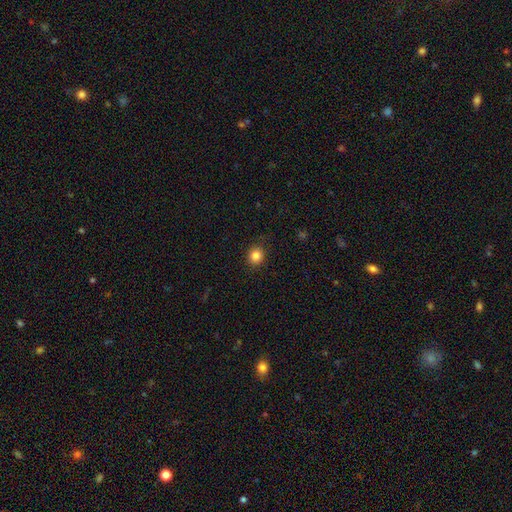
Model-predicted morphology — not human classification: Smooth or featured?
  - smooth: 84% *
  - star or artifact: 11%
  - featured or disk: 5%
How rounded?
  - round: 84% *
  - in between: 15%
  - cigar-shaped: 1%
Merging?
  - none: 90% *
  - minor disturbance: 7%
  - major disturbance: 2%
  - merger: 1%